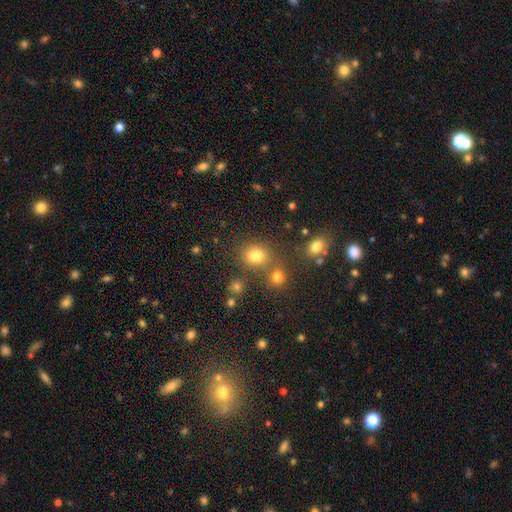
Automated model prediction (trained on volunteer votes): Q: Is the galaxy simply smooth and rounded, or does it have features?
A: smooth — 70%.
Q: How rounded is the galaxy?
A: round — 61%.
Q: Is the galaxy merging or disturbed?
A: none — 60%.